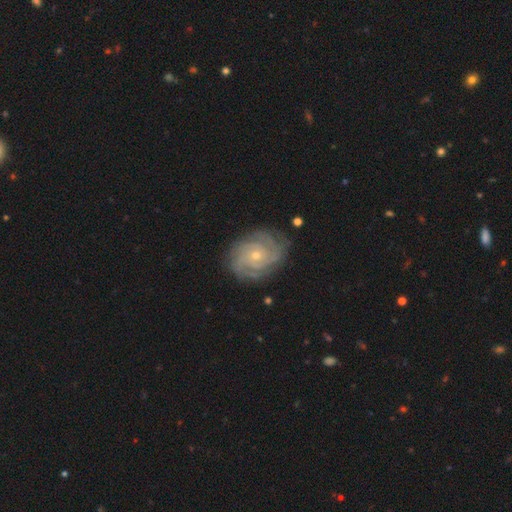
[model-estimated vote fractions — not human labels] Overall: featured or disk (88%). Edge-on disk: no (97%). Bar: no (78%). Spiral arms: yes (98%). Spiral arm count: 3 (24%; can't tell 23%). Spiral winding: tight (75%). Bulge size: small (68%; moderate 30%). Merging: none (81%).